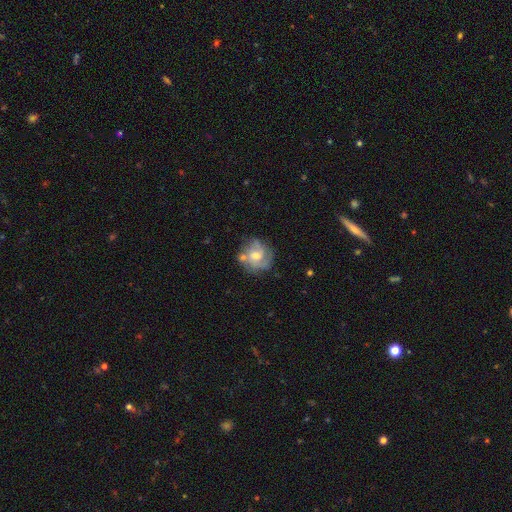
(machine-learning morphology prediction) smooth_or_featured: featured or disk (p=0.66) [alt: smooth p=0.27]
disk_edge_on: no (p=0.98) [alt: yes p=0.02]
bar: no (p=0.66) [alt: weak p=0.30]
has_spiral_arms: yes (p=0.81) [alt: no p=0.19]
spiral_winding: medium (p=0.42) [alt: tight p=0.40]
spiral_arm_count: can't tell (p=0.29) [alt: 3 p=0.28]
bulge_size: moderate (p=0.65) [alt: small p=0.23]
merging: none (p=0.56) [alt: minor disturbance p=0.21]